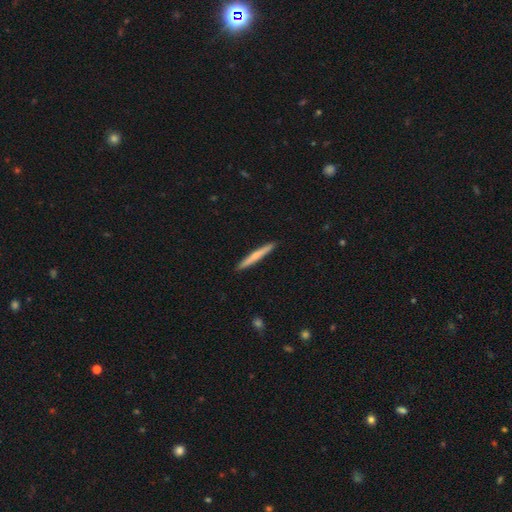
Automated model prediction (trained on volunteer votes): Morphology: type=smooth (57%); roundness=cigar-shaped (96%); merging=none (92%).